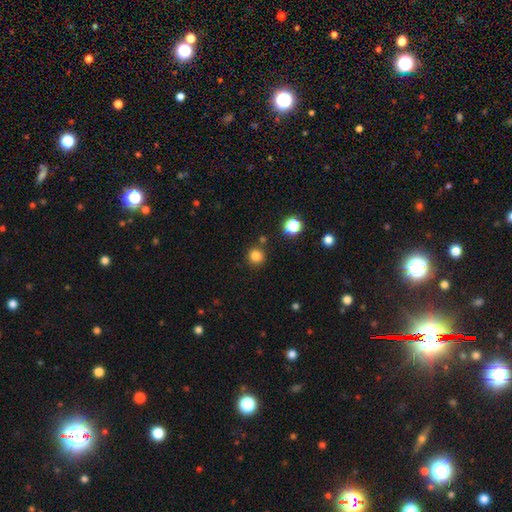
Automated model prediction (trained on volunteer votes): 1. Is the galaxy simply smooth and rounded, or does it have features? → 82% smooth, 13% star or artifact, 4% featured or disk.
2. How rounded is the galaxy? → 93% round, 6% in between, 1% cigar-shaped.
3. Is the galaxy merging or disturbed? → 82% none, 8% minor disturbance, 7% merger, 3% major disturbance.